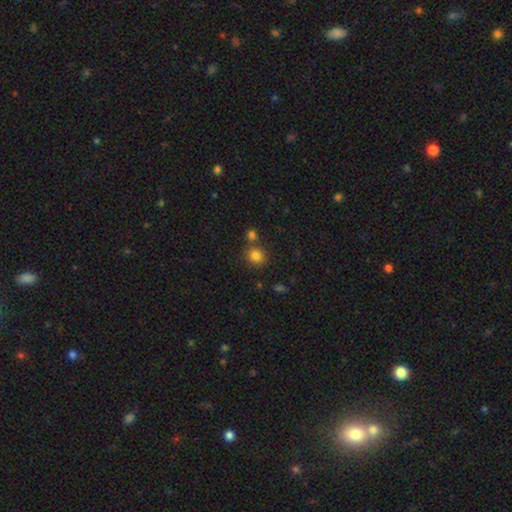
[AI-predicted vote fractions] smooth 82%, star or artifact 12%, featured or disk 6%. Down the decision tree: how rounded — round (84%); merging — none (69%).